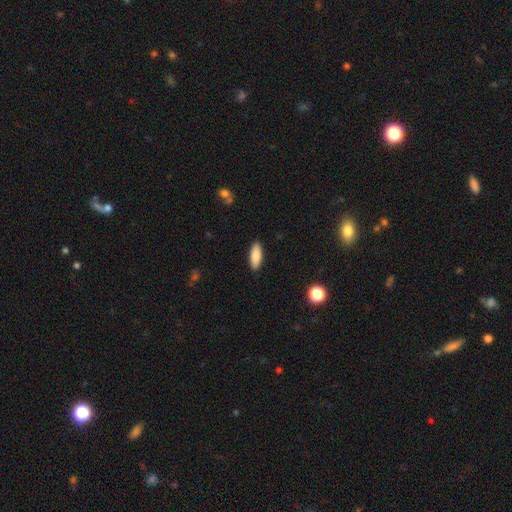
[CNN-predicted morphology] Overall: smooth (85%). How rounded: in between (71%). Merging: none (89%).